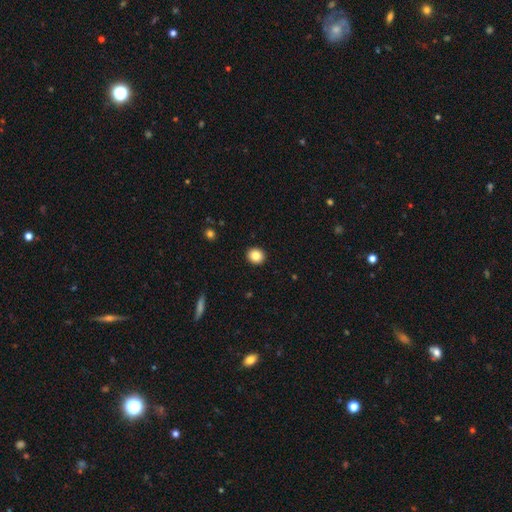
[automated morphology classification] Smooth or featured? Predicted: smooth (p=0.85). How rounded? Predicted: round (p=0.81). Merging? Predicted: none (p=0.93).